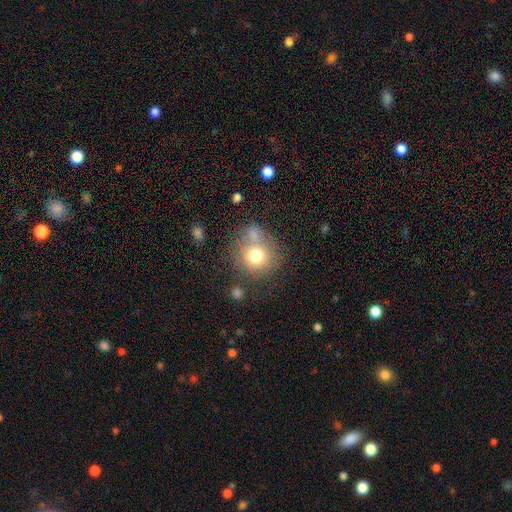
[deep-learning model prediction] Smooth or featured? Predicted: smooth (p=0.72). How rounded? Predicted: round (p=0.88). Merging? Predicted: none (p=0.53).